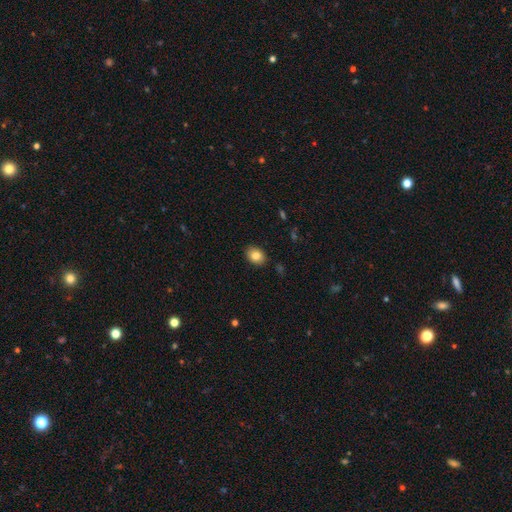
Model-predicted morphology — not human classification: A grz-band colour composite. It shows a smooth galaxy with no disk features (83%) that is in between round and cigar-shaped (67%). Merging: none (89%).